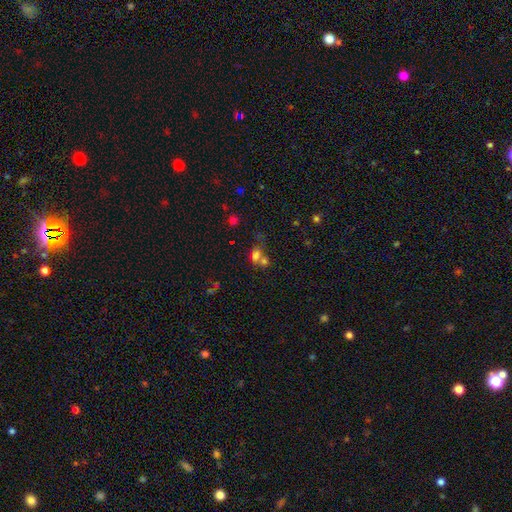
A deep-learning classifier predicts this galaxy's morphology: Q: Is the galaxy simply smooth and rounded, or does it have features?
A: smooth — 68%.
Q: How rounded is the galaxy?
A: in between — 54%.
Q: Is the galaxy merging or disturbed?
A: merger — 56%.